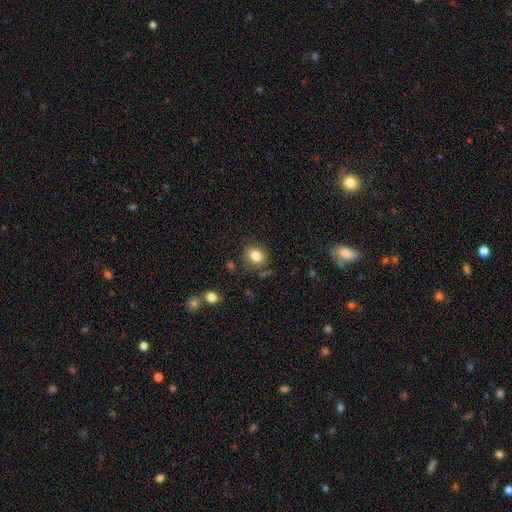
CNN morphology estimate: A smooth galaxy with no disk features (82%) that is round (63%).

Vote fractions:
- Smooth or featured? smooth: 82% / star or artifact: 10% / featured or disk: 7%
- How rounded? round: 63% / in between: 36% / cigar-shaped: 1%
- Merging? none: 79% / minor disturbance: 14% / major disturbance: 4% / merger: 4%